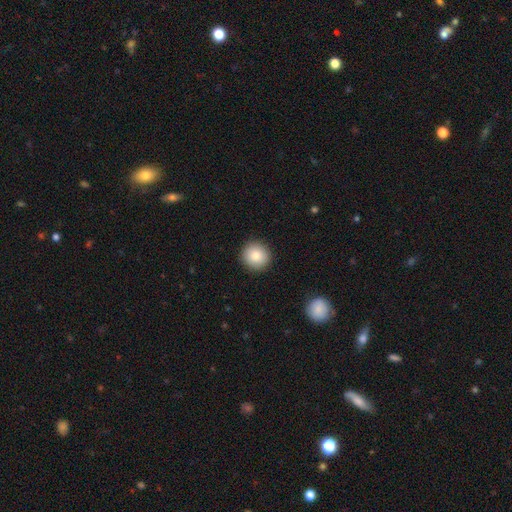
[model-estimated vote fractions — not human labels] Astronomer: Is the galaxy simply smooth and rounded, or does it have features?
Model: smooth — 83%.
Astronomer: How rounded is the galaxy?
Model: round — 93%.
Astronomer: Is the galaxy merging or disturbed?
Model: none — 92%.